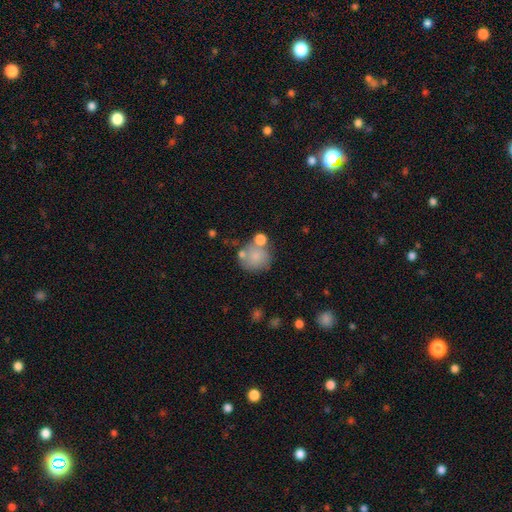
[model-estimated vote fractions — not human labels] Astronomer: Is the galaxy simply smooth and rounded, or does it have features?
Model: smooth — 75%.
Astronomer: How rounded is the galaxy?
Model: round — 84%.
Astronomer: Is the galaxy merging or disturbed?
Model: none — 54%.